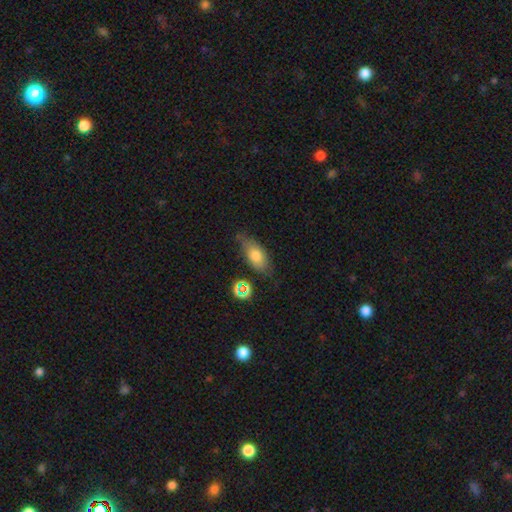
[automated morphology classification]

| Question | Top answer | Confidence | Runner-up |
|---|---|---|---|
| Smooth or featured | smooth | 71% | featured or disk (19%) |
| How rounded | in between | 82% | cigar-shaped (12%) |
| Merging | none | 67% | minor disturbance (23%) |